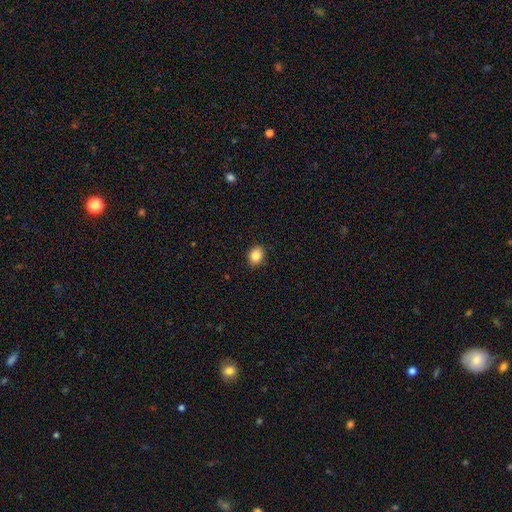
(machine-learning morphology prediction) This appears to be a smooth galaxy with no disk features (84%) that is in between round and cigar-shaped (53%). Merging: none (90%).